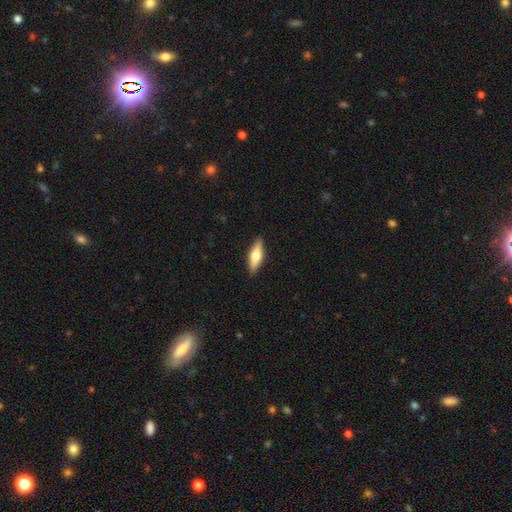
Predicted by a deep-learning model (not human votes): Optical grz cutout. It shows a smooth galaxy with no disk features (51%) that is cigar-shaped (50%). Merging: none (90%).